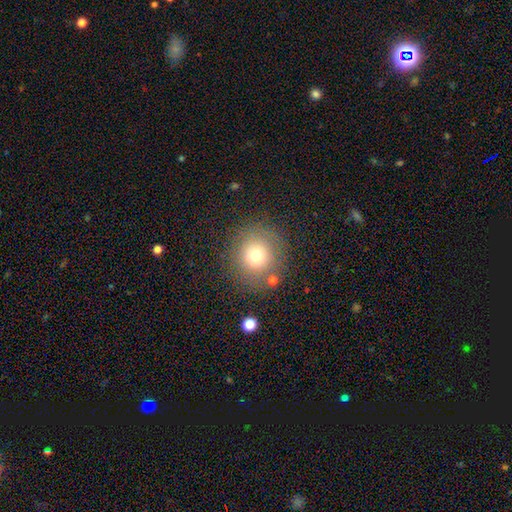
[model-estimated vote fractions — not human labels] This appears to be a smooth galaxy with no disk features (72%) that is round (92%). Merging: none (83%).